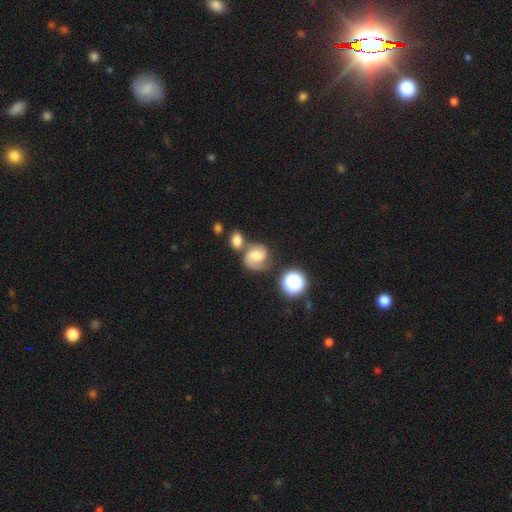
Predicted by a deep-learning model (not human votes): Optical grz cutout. It shows a featured or disk galaxy (63%) with a weak bar (48%), 2 (83%) medium (53%) spiral arms (93%) and a moderate central bulge (45%). Merging: none (51%).